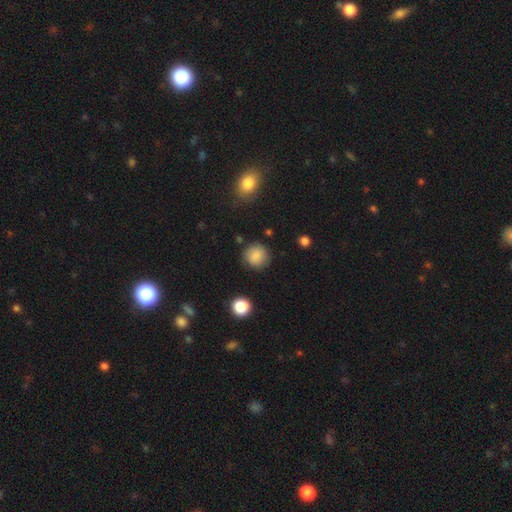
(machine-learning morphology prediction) smooth 83%, star or artifact 10%, featured or disk 8%. Down the decision tree: how rounded — round (91%); merging — none (83%).